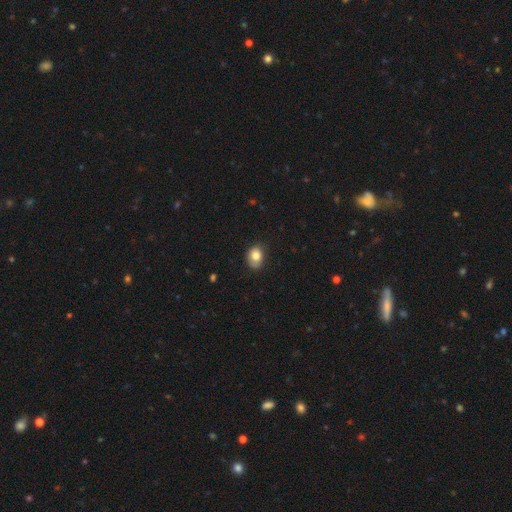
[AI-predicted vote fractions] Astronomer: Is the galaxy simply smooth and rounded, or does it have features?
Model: smooth — 81%.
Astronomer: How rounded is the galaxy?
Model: in between — 59% (runner-up: round, 40%).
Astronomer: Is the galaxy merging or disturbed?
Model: none — 70%.